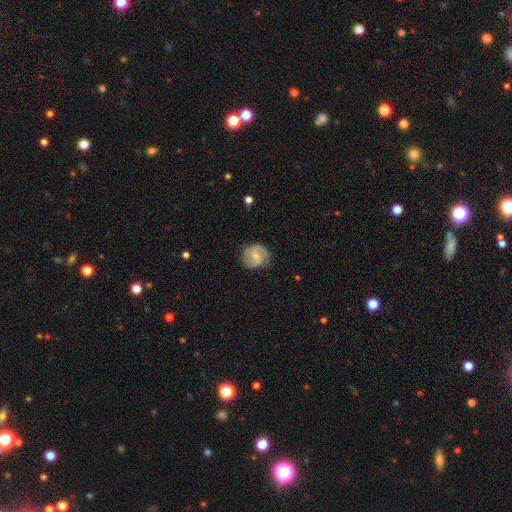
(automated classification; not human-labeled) featured or disk 55%, smooth 39%, star or artifact 7%. Down the decision tree: edge-on disk — no (97%); bar — weak (52%); spiral arms — yes (86%); bulge size — small (53%); merging — none (75%).